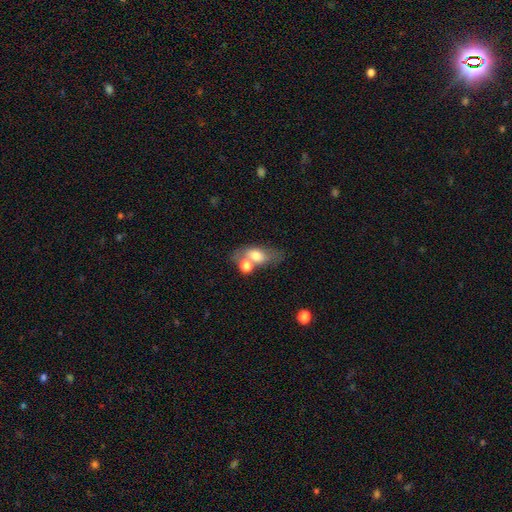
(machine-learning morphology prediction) The model was most divided on "merging": none: 40%, merger: 39%, minor disturbance: 14%, major disturbance: 8%. More confident: how rounded — in between (79%); smooth or featured — smooth (64%).